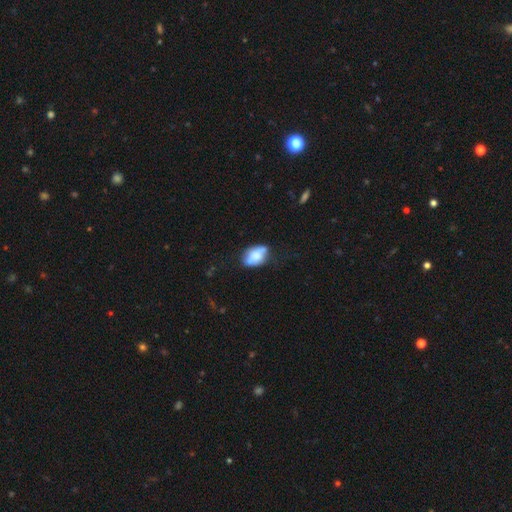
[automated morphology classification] Overall: smooth (62%; featured or disk 30%). How rounded: in between (85%). Merging: none (53%; minor disturbance 30%).